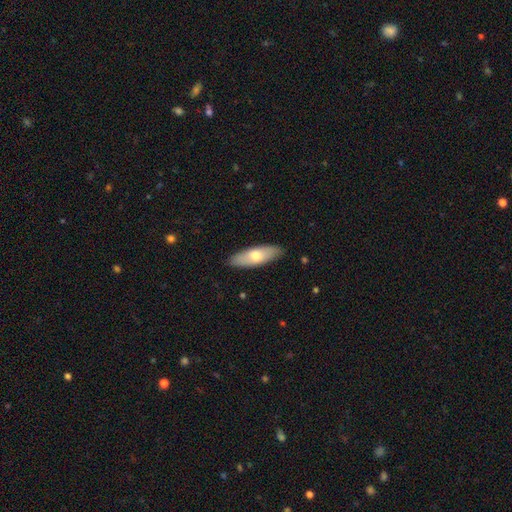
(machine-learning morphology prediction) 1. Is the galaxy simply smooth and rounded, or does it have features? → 66% smooth, 29% featured or disk, 5% star or artifact.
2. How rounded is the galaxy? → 59% in between, 39% cigar-shaped, 2% round.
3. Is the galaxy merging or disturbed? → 88% none, 9% minor disturbance, 2% major disturbance, 1% merger.